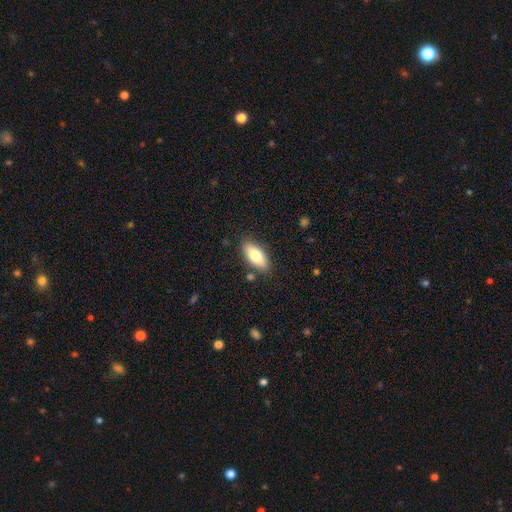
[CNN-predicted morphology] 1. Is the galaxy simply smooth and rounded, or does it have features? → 79% smooth, 14% featured or disk, 6% star or artifact.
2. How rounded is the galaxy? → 81% in between, 17% cigar-shaped, 2% round.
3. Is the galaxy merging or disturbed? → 84% none, 11% minor disturbance, 3% major disturbance, 2% merger.